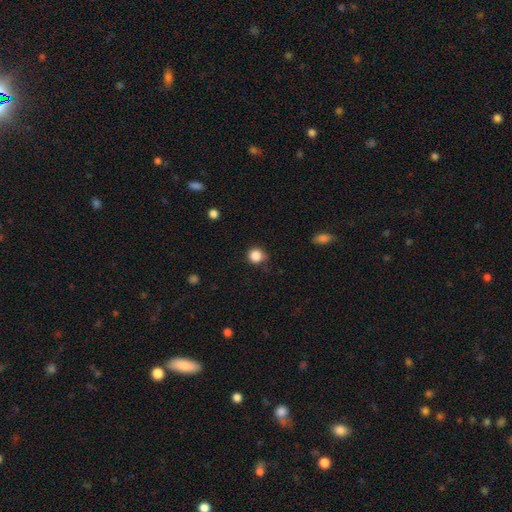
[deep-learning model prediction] Smooth or featured?
  - smooth: 85% *
  - star or artifact: 11%
  - featured or disk: 4%
How rounded?
  - round: 89% *
  - in between: 10%
  - cigar-shaped: 1%
Merging?
  - none: 75% *
  - minor disturbance: 19%
  - major disturbance: 4%
  - merger: 2%